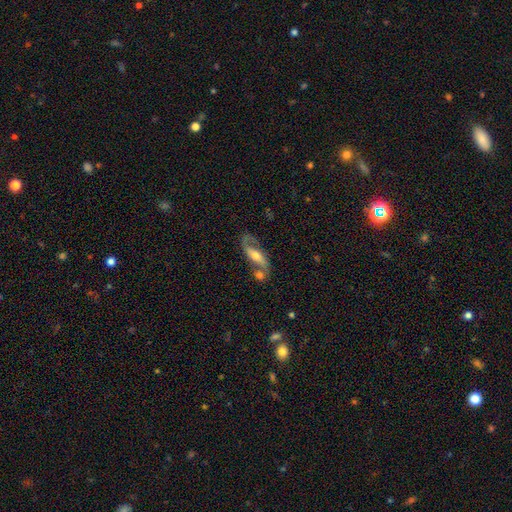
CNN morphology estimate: Q: Smooth or featured?
A: featured or disk (75%); runner-up: smooth (19%)
Q: Edge-on disk?
A: no (82%); runner-up: yes (18%)
Q: Bar?
A: no (35%); runner-up: strong (33%)
Q: Spiral arms?
A: yes (86%); runner-up: no (14%)
Q: Spiral winding?
A: loose (47%); runner-up: medium (38%)
Q: Spiral arm count?
A: 2 (84%); runner-up: 1 (7%)
Q: Bulge size?
A: moderate (64%); runner-up: small (25%)
Q: Merging?
A: none (56%); runner-up: merger (18%)